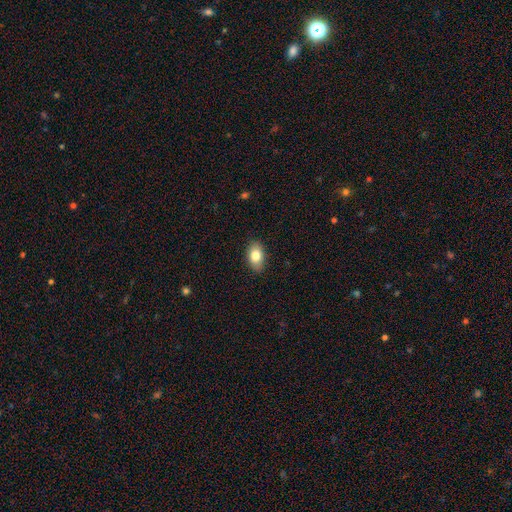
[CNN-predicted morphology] A smooth galaxy with no disk features (82%) that is in between round and cigar-shaped (88%).

Vote fractions:
- Smooth or featured? smooth: 82% / featured or disk: 10% / star or artifact: 8%
- How rounded? in between: 88% / round: 10% / cigar-shaped: 2%
- Merging? none: 87% / minor disturbance: 10% / major disturbance: 2% / merger: 1%